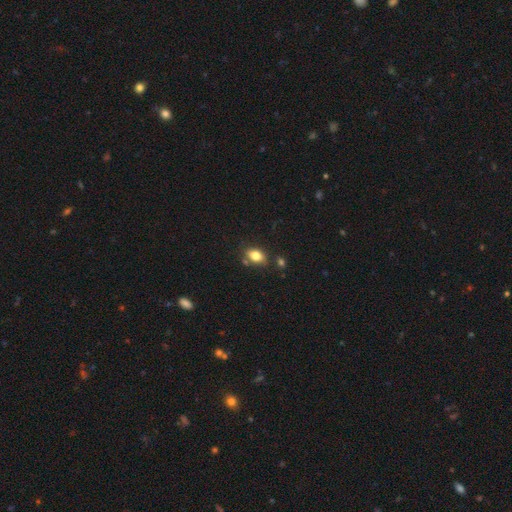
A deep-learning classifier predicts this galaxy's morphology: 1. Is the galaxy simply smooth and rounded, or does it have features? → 80% smooth, 10% featured or disk, 9% star or artifact.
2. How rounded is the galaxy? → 81% in between, 17% round, 2% cigar-shaped.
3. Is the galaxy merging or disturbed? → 74% none, 15% minor disturbance, 8% merger, 3% major disturbance.